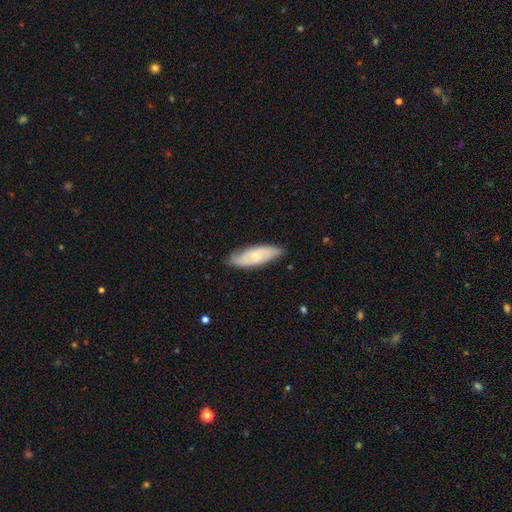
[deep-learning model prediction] The model was most divided on "smooth or featured": smooth: 51%, featured or disk: 42%, star or artifact: 6%. More confident: merging — none (79%); how rounded — in between (60%).